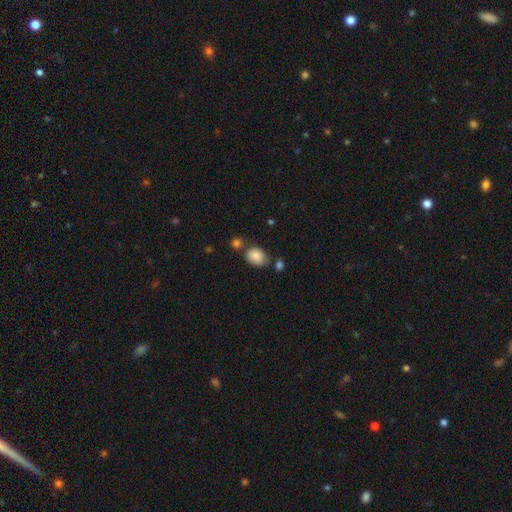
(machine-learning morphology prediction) smooth-or-featured: smooth: 86% | star or artifact: 8% | featured or disk: 6%
  how-rounded: in between: 67% | round: 32% | cigar-shaped: 1%
  merging: none: 65% | minor disturbance: 16% | merger: 14% | major disturbance: 4%